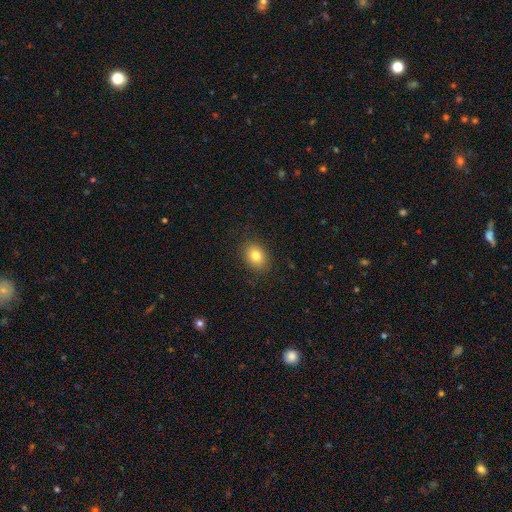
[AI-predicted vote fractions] smooth-or-featured: smooth: 81% | star or artifact: 10% | featured or disk: 9%
  how-rounded: in between: 65% | round: 33% | cigar-shaped: 1%
  merging: none: 88% | minor disturbance: 9% | major disturbance: 3% | merger: 1%